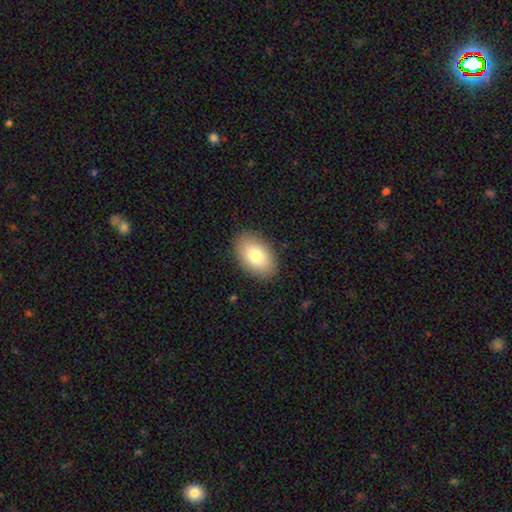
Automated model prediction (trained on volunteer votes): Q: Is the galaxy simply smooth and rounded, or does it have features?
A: smooth — 79%.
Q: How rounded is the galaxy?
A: in between — 91%.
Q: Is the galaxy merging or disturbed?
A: none — 88%.